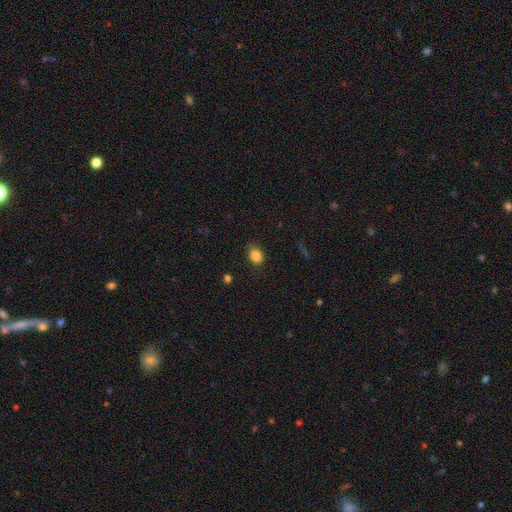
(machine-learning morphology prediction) This appears to be a smooth galaxy with no disk features (86%) that is in between round and cigar-shaped (75%). Merging: none (82%).